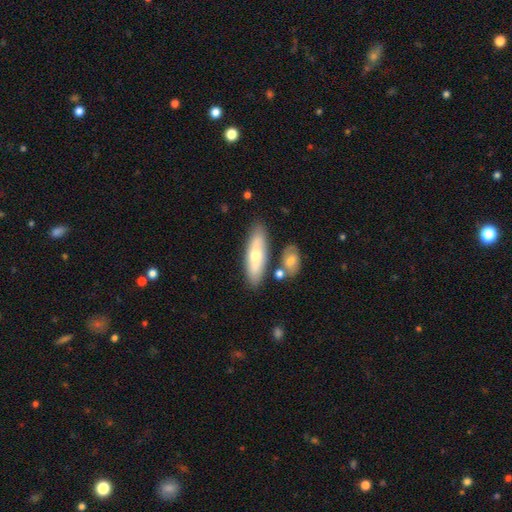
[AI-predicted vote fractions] smooth_or_featured: smooth (p=0.56) [alt: featured or disk p=0.38]
how_rounded: in between (p=0.52) [alt: cigar-shaped p=0.46]
merging: none (p=0.77) [alt: minor disturbance p=0.12]